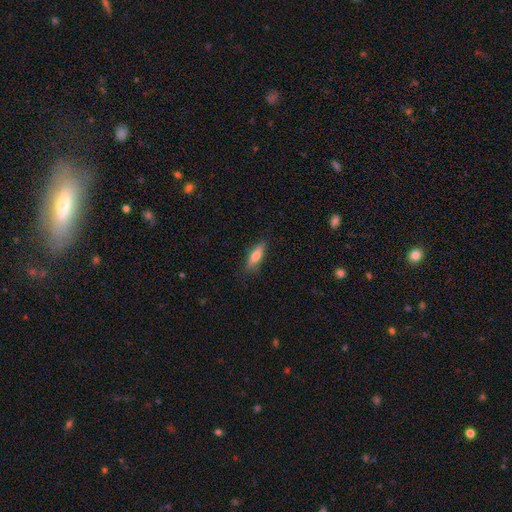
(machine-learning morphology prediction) Smooth or featured? Predicted: smooth (p=0.74). How rounded? Predicted: in between (p=0.50). Merging? Predicted: none (p=0.80).